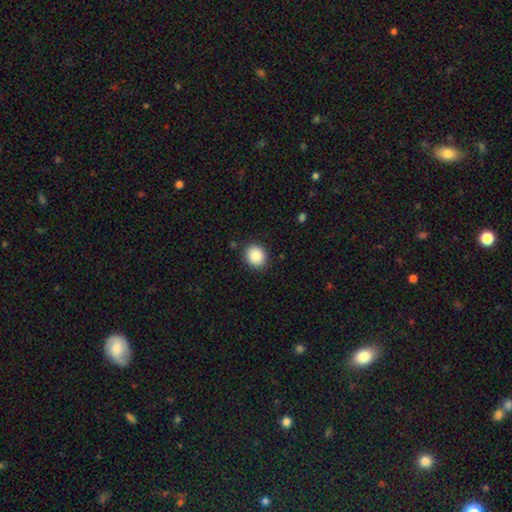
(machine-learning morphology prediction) type=smooth (87%); roundness=round (71%); merging=none (89%).